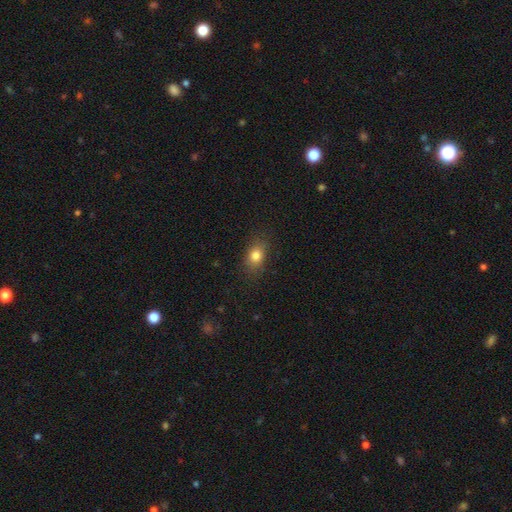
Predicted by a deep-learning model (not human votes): The model was most divided on "how rounded": in between: 67%, round: 31%, cigar-shaped: 3%. More confident: merging — none (81%); smooth or featured — smooth (81%).